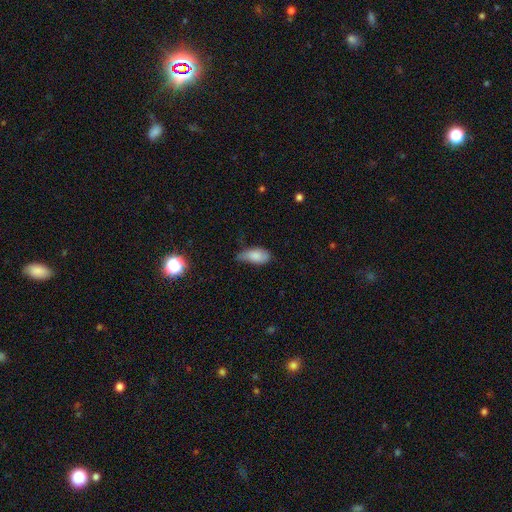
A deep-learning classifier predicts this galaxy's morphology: Q: Smooth or featured?
A: smooth (81%); runner-up: featured or disk (12%)
Q: How rounded?
A: in between (91%); runner-up: cigar-shaped (6%)
Q: Merging?
A: minor disturbance (50%); runner-up: none (31%)